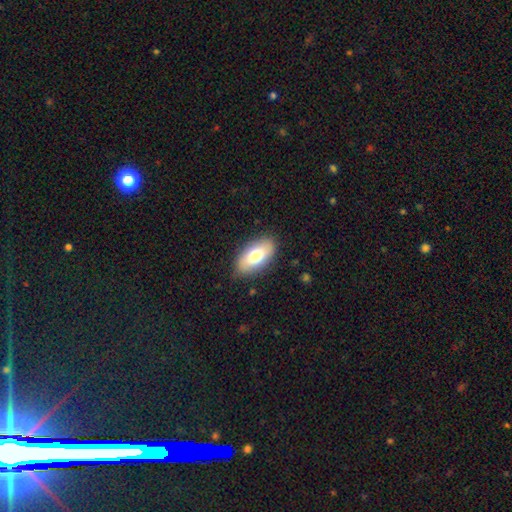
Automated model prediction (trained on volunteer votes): smooth_or_featured: smooth (p=0.74) [alt: featured or disk p=0.20]
how_rounded: in between (p=0.92) [alt: cigar-shaped p=0.05]
merging: none (p=0.84) [alt: minor disturbance p=0.12]